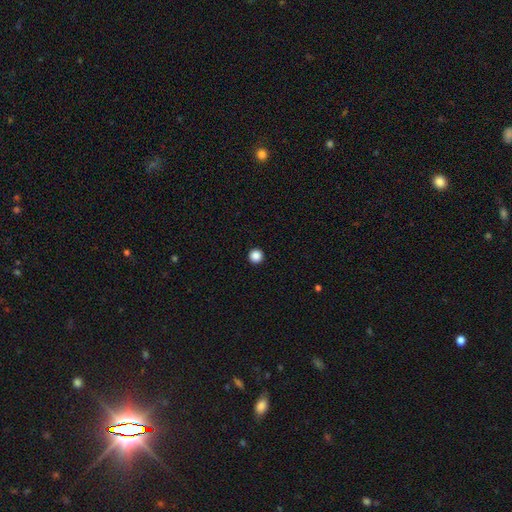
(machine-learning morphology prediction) A smooth galaxy with no disk features (87%) that is round (97%). Merging: none (95%).